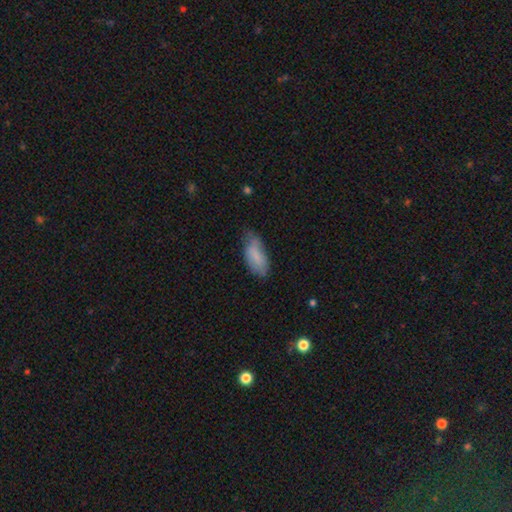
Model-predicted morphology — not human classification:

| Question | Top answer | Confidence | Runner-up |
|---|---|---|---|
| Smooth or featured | smooth | 77% | featured or disk (16%) |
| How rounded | in between | 86% | cigar-shaped (12%) |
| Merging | none | 47% | minor disturbance (39%) |